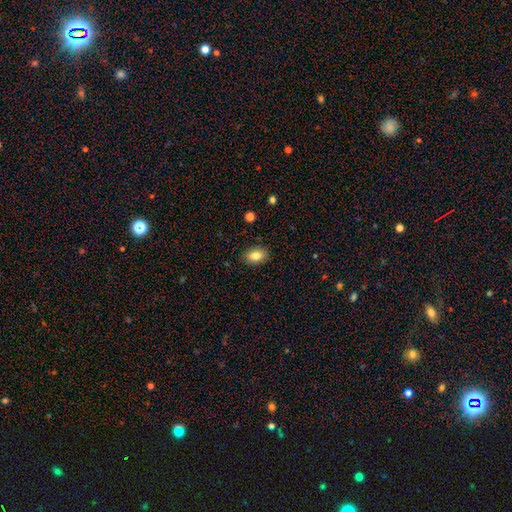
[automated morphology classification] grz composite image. It shows a smooth galaxy with no disk features (84%) that is in between round and cigar-shaped (87%). Merging: none (87%).